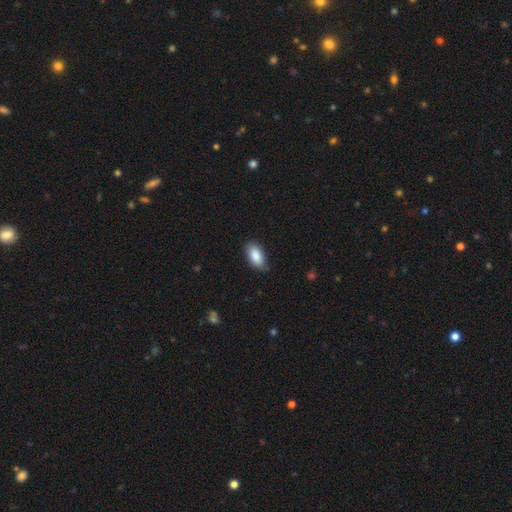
This appears to be a smooth galaxy with no disk features (85%) that is in between round and cigar-shaped (97%). Merging: none (70%).